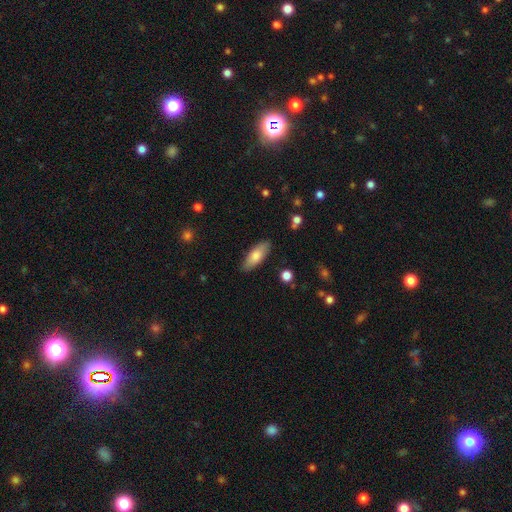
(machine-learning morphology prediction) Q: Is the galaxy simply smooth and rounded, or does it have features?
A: smooth — 75%.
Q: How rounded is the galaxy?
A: in between — 69%.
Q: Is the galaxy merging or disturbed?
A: none — 86%.